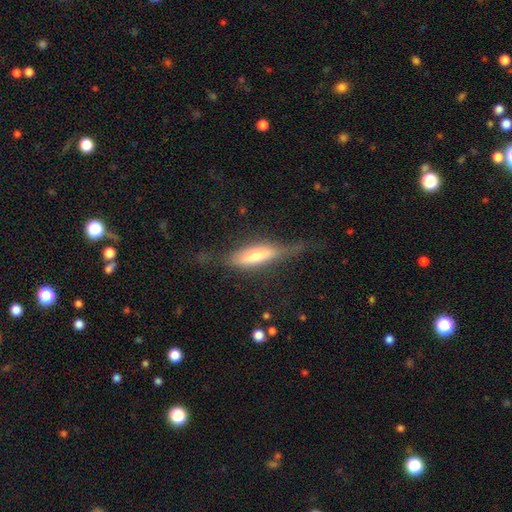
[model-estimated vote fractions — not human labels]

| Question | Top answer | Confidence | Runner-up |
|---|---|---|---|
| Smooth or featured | smooth | 48% | featured or disk (45%) |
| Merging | none | 56% | minor disturbance (25%) |